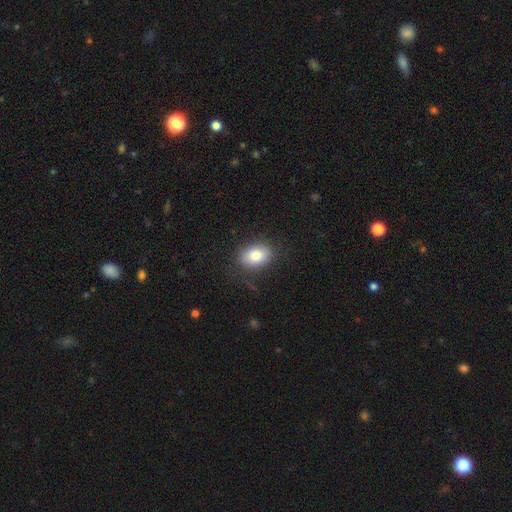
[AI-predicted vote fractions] Overall: smooth (81%). How rounded: in between (79%). Merging: none (80%).